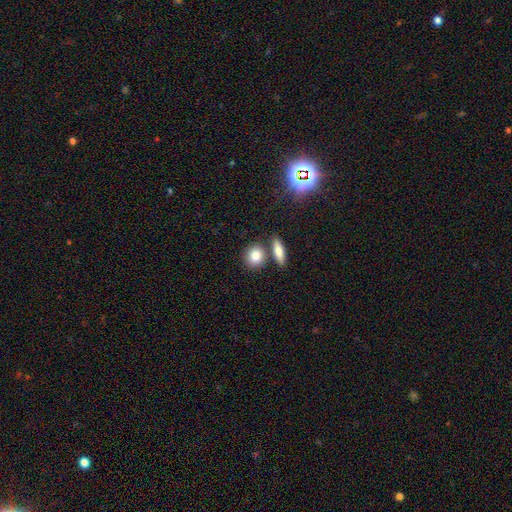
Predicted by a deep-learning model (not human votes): The model was most divided on "how rounded": round: 64%, in between: 32%, cigar-shaped: 4%. More confident: smooth or featured — smooth (83%); merging — none (69%).